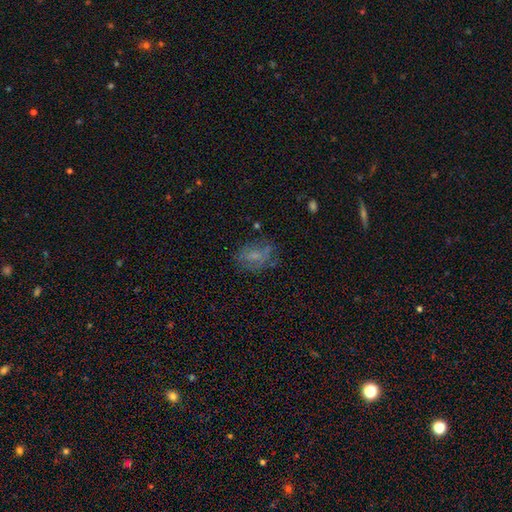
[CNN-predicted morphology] smooth-or-featured: smooth: 55% | featured or disk: 30% | star or artifact: 15%
  how-rounded: in between: 68% | round: 31% | cigar-shaped: 2%
  merging: none: 58% | minor disturbance: 23% | major disturbance: 16% | merger: 3%